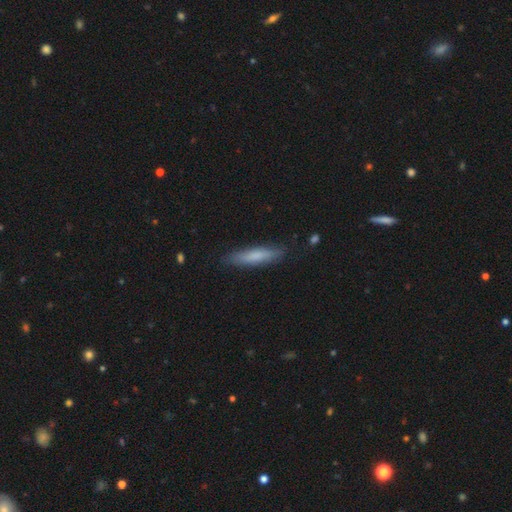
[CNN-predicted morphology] The model was most divided on "smooth or featured": smooth: 74%, featured or disk: 21%, star or artifact: 6%. More confident: merging — none (85%); how rounded — cigar-shaped (83%).